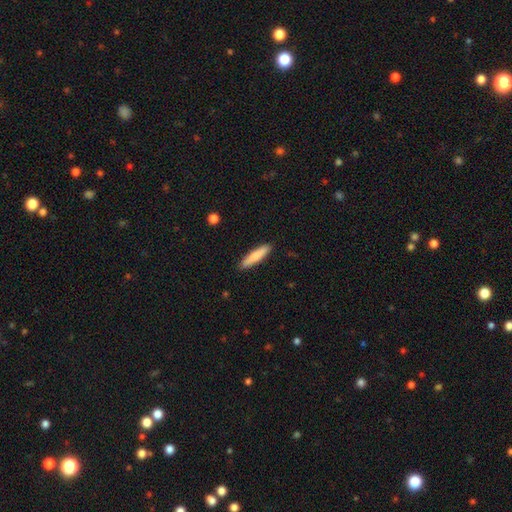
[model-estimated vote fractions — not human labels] smooth-or-featured: smooth: 78% | featured or disk: 16% | star or artifact: 5%
  how-rounded: cigar-shaped: 84% | in between: 15% | round: 1%
  merging: none: 90% | minor disturbance: 8% | major disturbance: 2% | merger: 1%